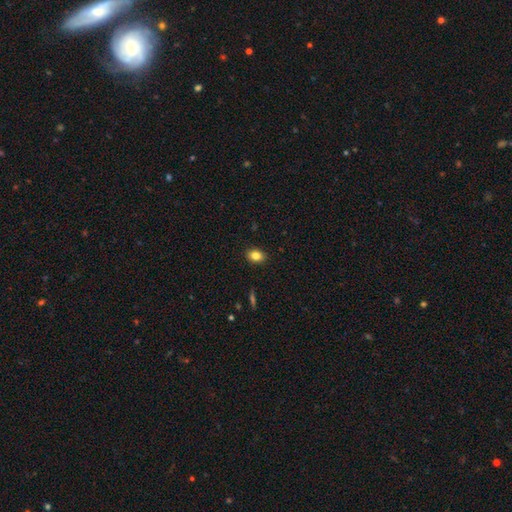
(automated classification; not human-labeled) This appears to be a smooth galaxy with no disk features (83%) that is in between round and cigar-shaped (64%). Merging: none (90%).